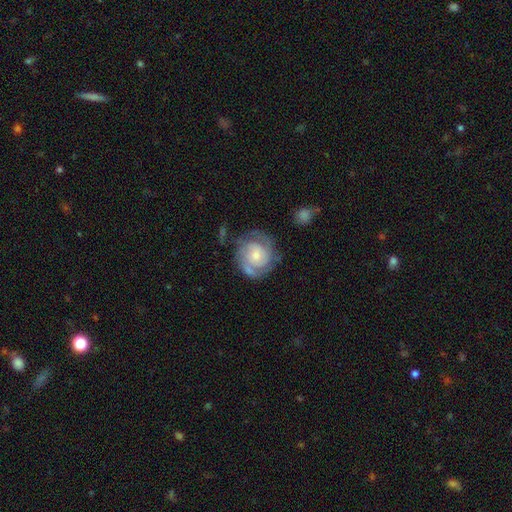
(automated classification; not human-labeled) A featured or disk galaxy (76%) with no bar (75%), 2 (49%) tight (64%) spiral arms (91%) and a small central bulge (56%).

Vote fractions:
- Smooth or featured? featured or disk: 76% / smooth: 18% / star or artifact: 5%
- Edge-on disk? no: 98% / yes: 2%
- Bar? no: 75% / weak: 21% / strong: 4%
- Spiral arms? yes: 91% / no: 9%
- Spiral winding? tight: 64% / medium: 28% / loose: 8%
- Spiral arm count? 2: 49% / can't tell: 24% / 3: 15% / 1: 5% / 4: 4% / more than 4: 4%
- Bulge size? small: 56% / moderate: 36% / large: 4% / none: 2% / dominant: 1%
- Merging? none: 68% / minor disturbance: 19% / major disturbance: 9% / merger: 4%